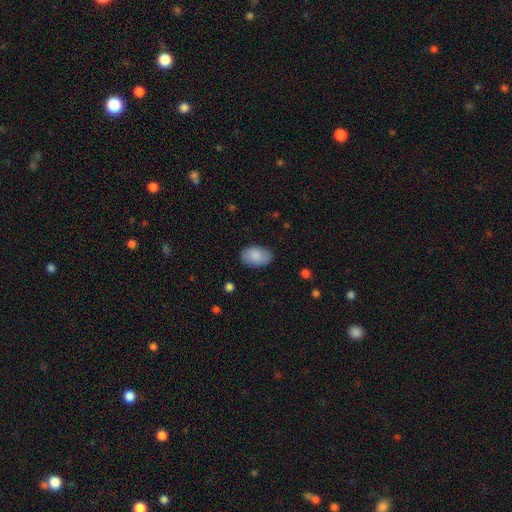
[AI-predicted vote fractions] Overall: smooth (86%). How rounded: in between (91%). Merging: none (84%).